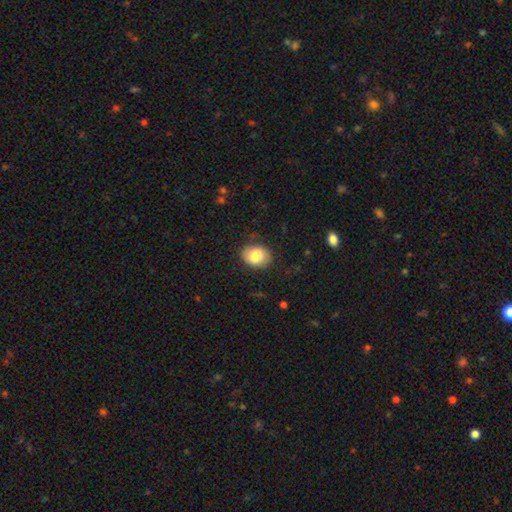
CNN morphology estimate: Smooth or featured? Predicted: smooth (p=0.82). How rounded? Predicted: in between (p=0.61). Merging? Predicted: none (p=0.84).